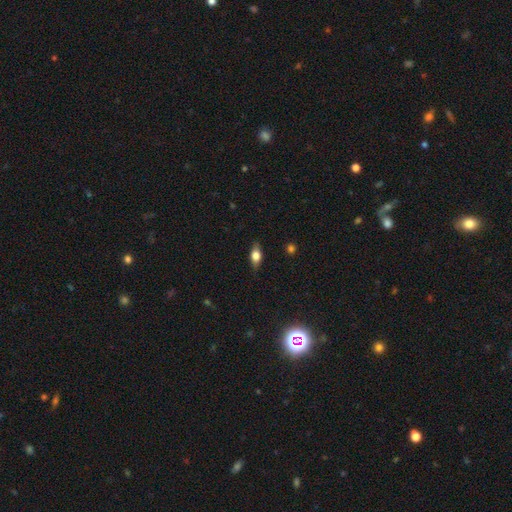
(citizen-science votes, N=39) Q: Smooth or featured?
A: smooth (51%); runner-up: featured or disk (44%)
Q: How rounded?
A: in between (50%); runner-up: cigar-shaped (45%)
Q: Merging?
A: none (84%); runner-up: minor disturbance (11%)